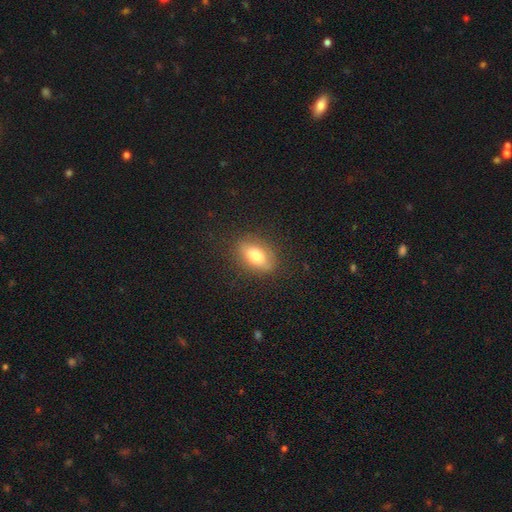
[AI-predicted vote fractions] Smooth or featured?
  - smooth: 75% *
  - featured or disk: 16%
  - star or artifact: 9%
How rounded?
  - in between: 84% *
  - round: 11%
  - cigar-shaped: 5%
Merging?
  - none: 84% *
  - minor disturbance: 12%
  - major disturbance: 3%
  - merger: 1%